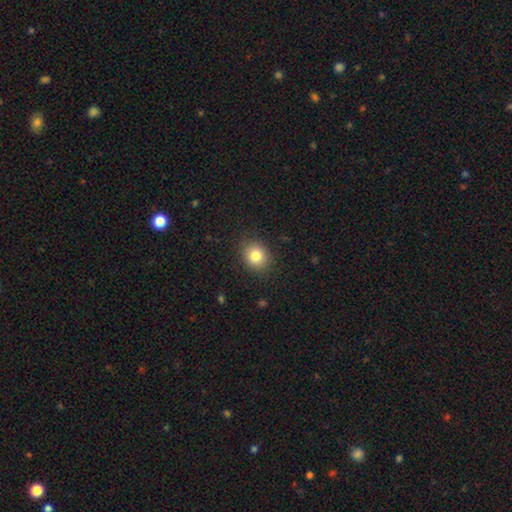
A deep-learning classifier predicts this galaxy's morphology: Q: Smooth or featured?
A: smooth (82%); runner-up: star or artifact (10%)
Q: How rounded?
A: round (64%); runner-up: in between (35%)
Q: Merging?
A: none (87%); runner-up: minor disturbance (9%)